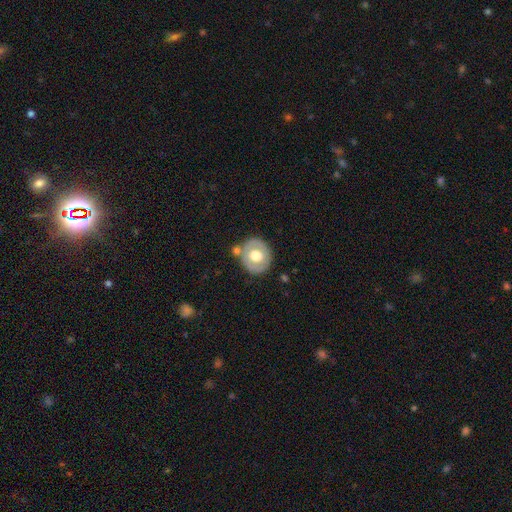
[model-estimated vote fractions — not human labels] This appears to be a smooth galaxy with no disk features (48%). Merging: none (72%).